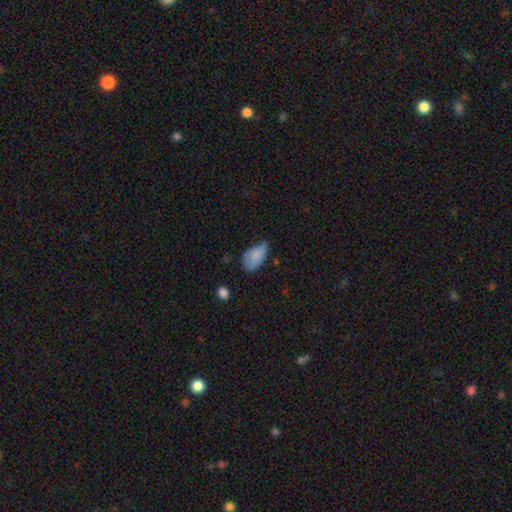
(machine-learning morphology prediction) Smooth or featured? smooth (81%)
How rounded? in between (93%)
Merging? minor disturbance (47%)